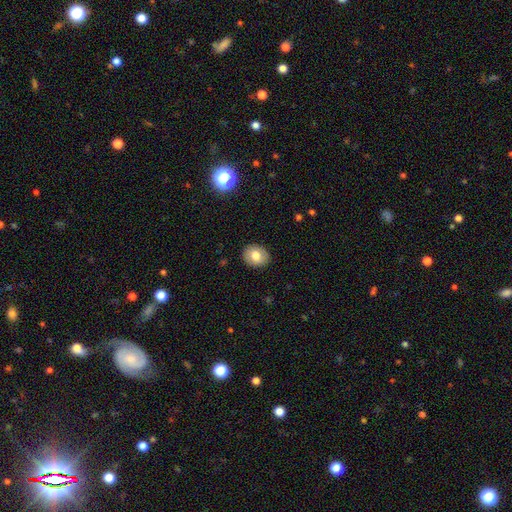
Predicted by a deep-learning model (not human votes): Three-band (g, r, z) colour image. It shows a smooth galaxy with no disk features (77%) that is round (51%). Merging: none (89%).